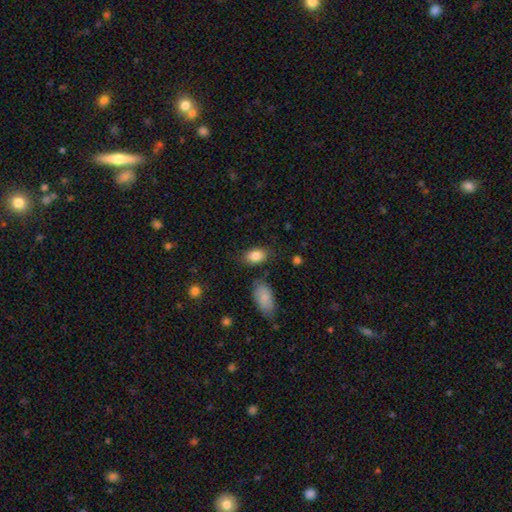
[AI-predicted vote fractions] Smooth or featured? smooth (85%)
How rounded? in between (86%)
Merging? none (79%)